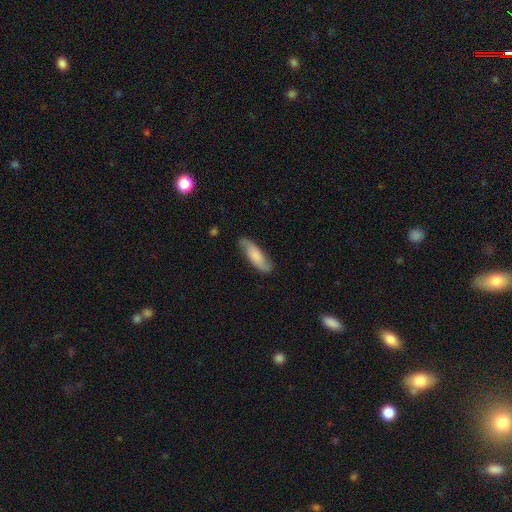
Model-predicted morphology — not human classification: smooth-or-featured: smooth: 49% | featured or disk: 45% | star or artifact: 6%
  merging: none: 77% | minor disturbance: 17% | major disturbance: 4% | merger: 2%